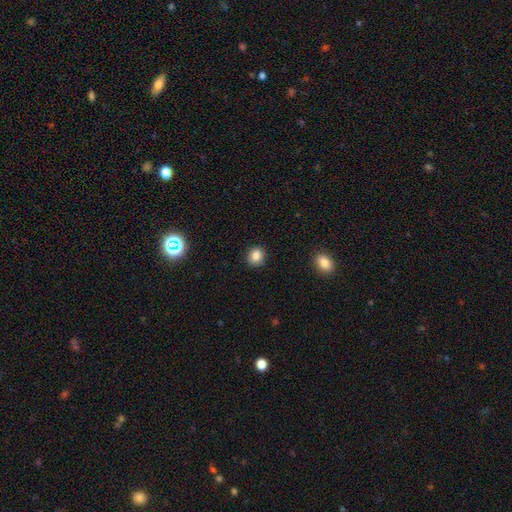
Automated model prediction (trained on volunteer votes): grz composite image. It shows a smooth galaxy with no disk features (85%) that is round (79%). Merging: none (89%).